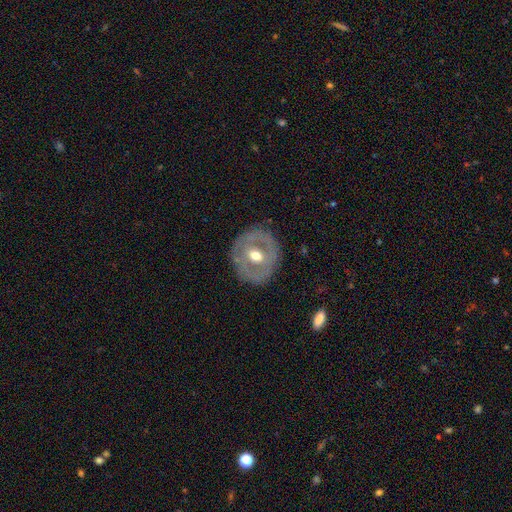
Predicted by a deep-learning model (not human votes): This appears to be a featured or disk galaxy (61%) with no bar (49%), no spiral arms (77%) and a moderate central bulge (78%). Merging: none (80%).